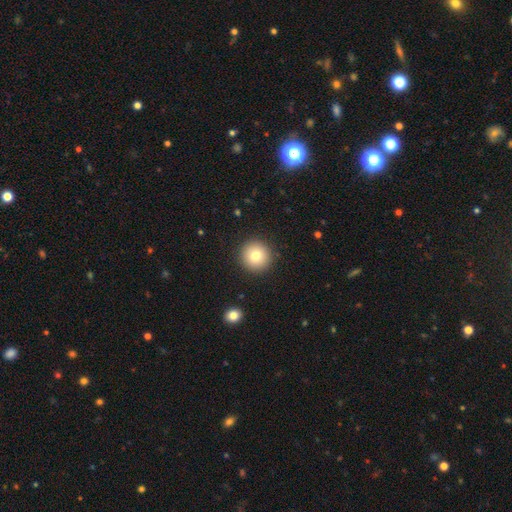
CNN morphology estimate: type=smooth (78%); roundness=round (96%); merging=none (92%).